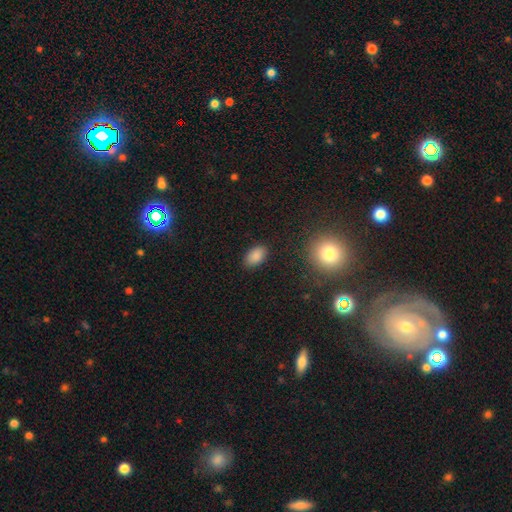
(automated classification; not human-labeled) Overall: smooth (86%). How rounded: in between (92%). Merging: none (87%).